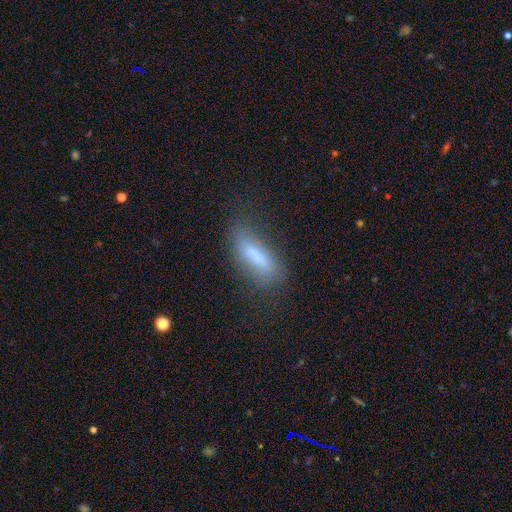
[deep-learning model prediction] This appears to be a smooth galaxy with no disk features (65%) that is cigar-shaped (57%). Merging: none (64%).